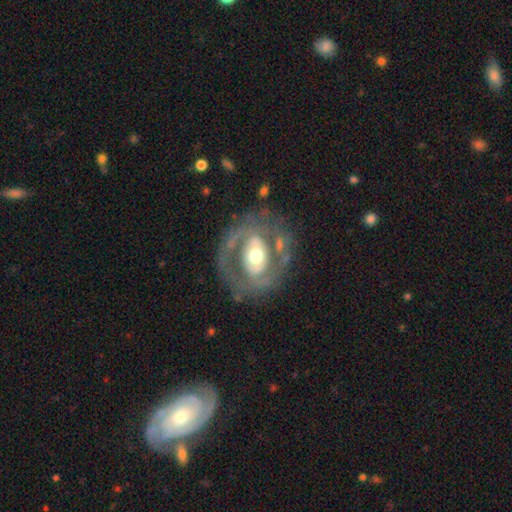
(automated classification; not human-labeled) A featured or disk galaxy (77%) with no bar (46%), spiral arms (58%) and a moderate central bulge (65%).

Vote fractions:
- Smooth or featured? featured or disk: 77% / smooth: 17% / star or artifact: 6%
- Edge-on disk? no: 95% / yes: 5%
- Bar? no: 46% / weak: 30% / strong: 24%
- Spiral arms? yes: 58% / no: 42%
- Bulge size? moderate: 65% / small: 18% / large: 15% / dominant: 2% / none: 1%
- Merging? none: 69% / minor disturbance: 16% / major disturbance: 12% / merger: 3%